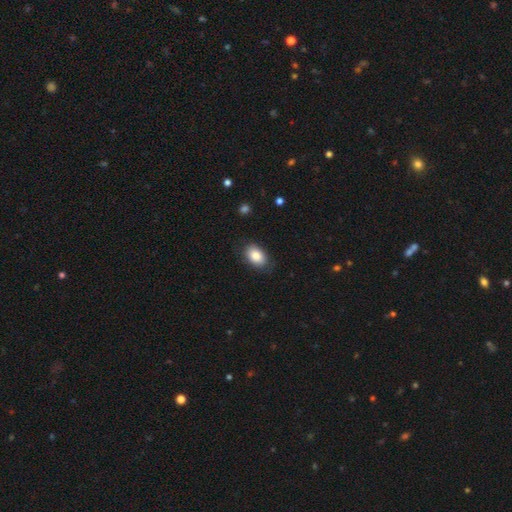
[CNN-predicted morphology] Overall: smooth (85%). How rounded: in between (88%). Merging: none (81%).